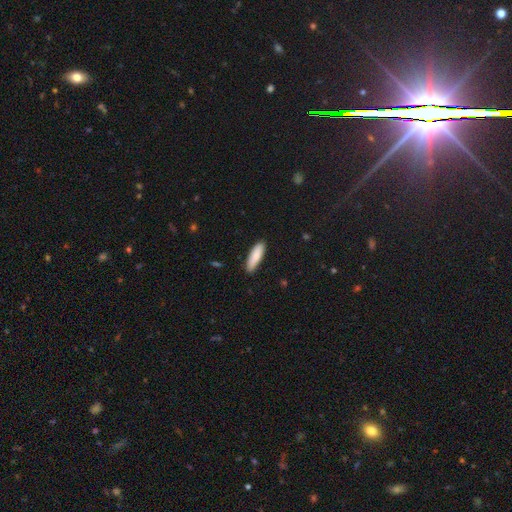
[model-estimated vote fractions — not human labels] Smooth or featured?
  - smooth: 87% *
  - featured or disk: 8%
  - star or artifact: 5%
How rounded?
  - cigar-shaped: 61% *
  - in between: 38%
  - round: 1%
Merging?
  - none: 88% *
  - minor disturbance: 10%
  - major disturbance: 2%
  - merger: 1%